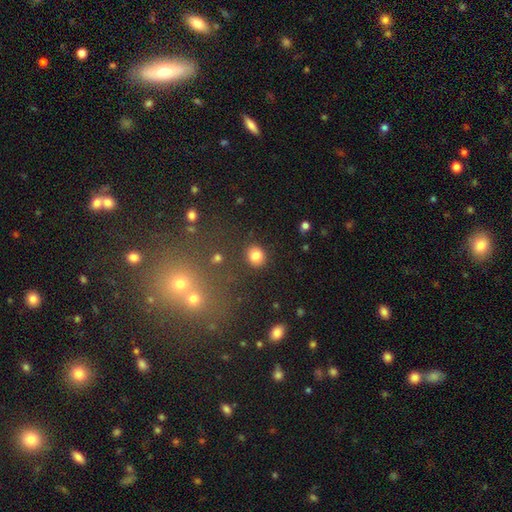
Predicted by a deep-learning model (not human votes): A smooth galaxy with no disk features (82%) that is round (80%).

Vote fractions:
- Smooth or featured? smooth: 82% / star or artifact: 11% / featured or disk: 6%
- How rounded? round: 80% / in between: 19% / cigar-shaped: 1%
- Merging? none: 89% / minor disturbance: 7% / major disturbance: 3% / merger: 2%